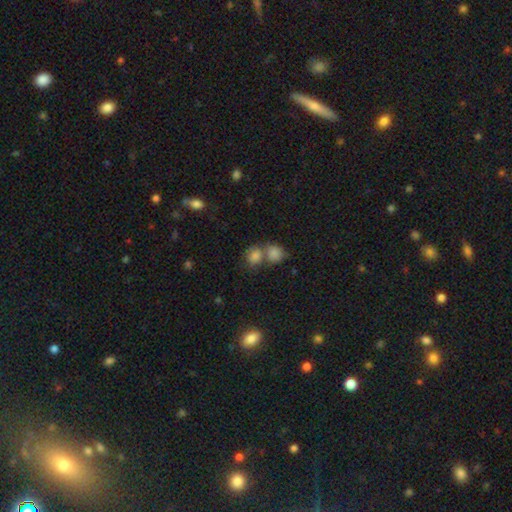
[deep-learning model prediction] smooth_or_featured: smooth (p=0.78) [alt: star or artifact p=0.14]
how_rounded: round (p=0.64) [alt: in between p=0.35]
merging: merger (p=0.44) [alt: none p=0.43]